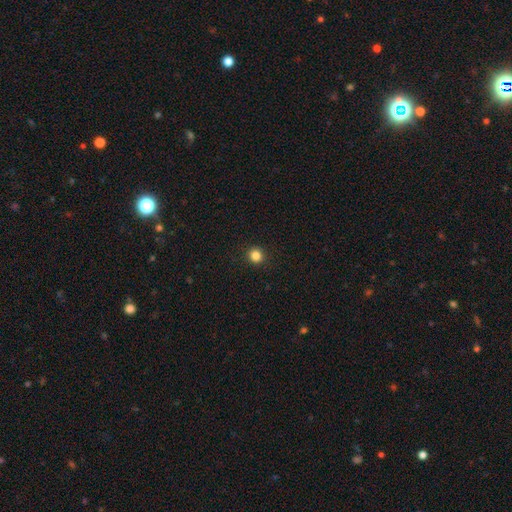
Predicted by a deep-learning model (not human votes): Smooth or featured: smooth — 84% (star or artifact — 12%)
How rounded: round — 92% (in between — 7%)
Merging: none — 93% (minor disturbance — 5%)